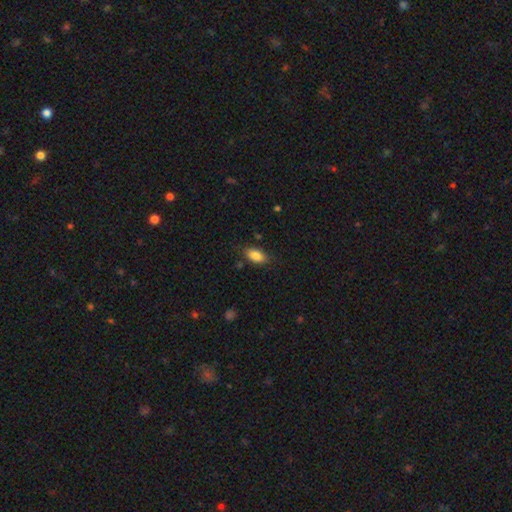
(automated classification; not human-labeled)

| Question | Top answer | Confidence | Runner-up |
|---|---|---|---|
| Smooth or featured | smooth | 85% | star or artifact (8%) |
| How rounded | in between | 90% | cigar-shaped (6%) |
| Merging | none | 81% | minor disturbance (14%) |